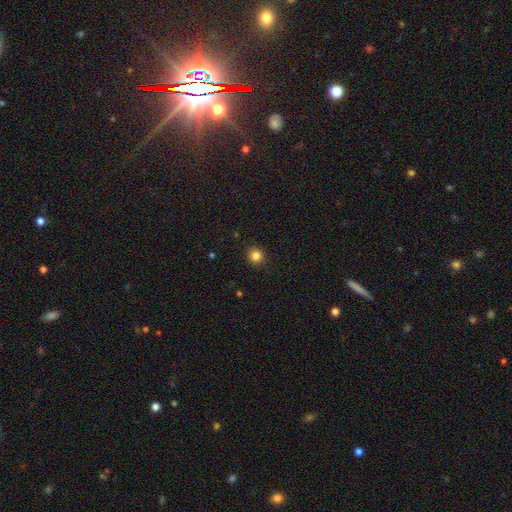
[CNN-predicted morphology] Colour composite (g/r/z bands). It shows a smooth galaxy with no disk features (84%) that is round (93%). Merging: none (92%).